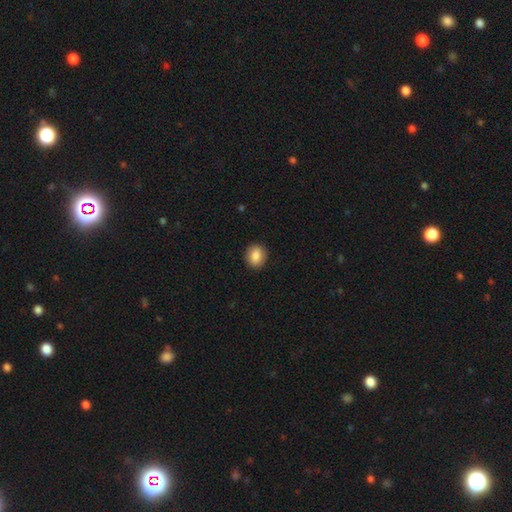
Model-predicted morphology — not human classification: A smooth galaxy with no disk features (87%) that is round (64%).

Vote fractions:
- Smooth or featured? smooth: 87% / star or artifact: 8% / featured or disk: 5%
- How rounded? round: 64% / in between: 35% / cigar-shaped: 1%
- Merging? none: 90% / minor disturbance: 7% / major disturbance: 2% / merger: 1%